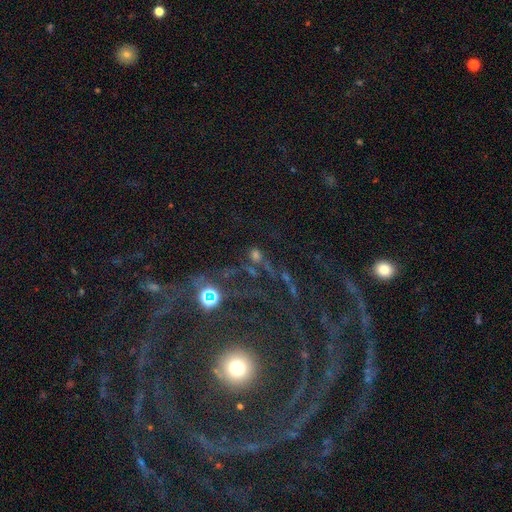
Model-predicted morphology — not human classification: Smooth or featured? Predicted: star or artifact (p=0.58).